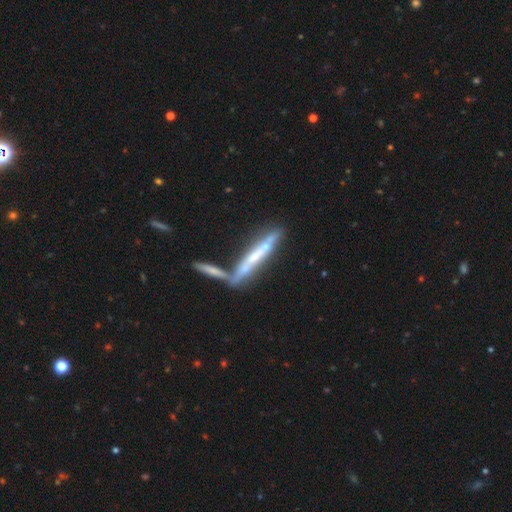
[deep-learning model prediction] smooth_or_featured: featured or disk (p=0.66) [alt: smooth p=0.27]
disk_edge_on: yes (p=0.83) [alt: no p=0.17]
edge_on_bulge: none (p=0.54) [alt: rounded p=0.35]
merging: merger (p=0.41) [alt: none p=0.40]